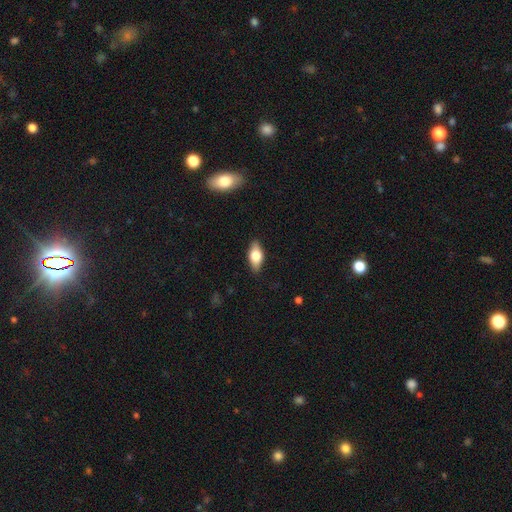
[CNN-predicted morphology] This appears to be a smooth galaxy with no disk features (63%) that is in between round and cigar-shaped (84%). Merging: none (87%).